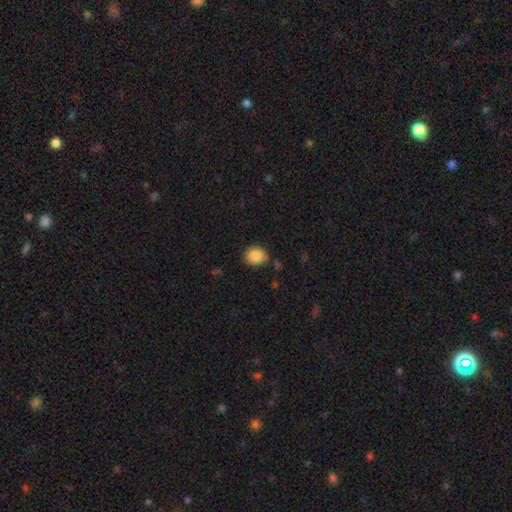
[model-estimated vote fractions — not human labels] Q: Smooth or featured?
A: smooth (88%); runner-up: star or artifact (8%)
Q: How rounded?
A: round (71%); runner-up: in between (28%)
Q: Merging?
A: none (79%); runner-up: minor disturbance (14%)